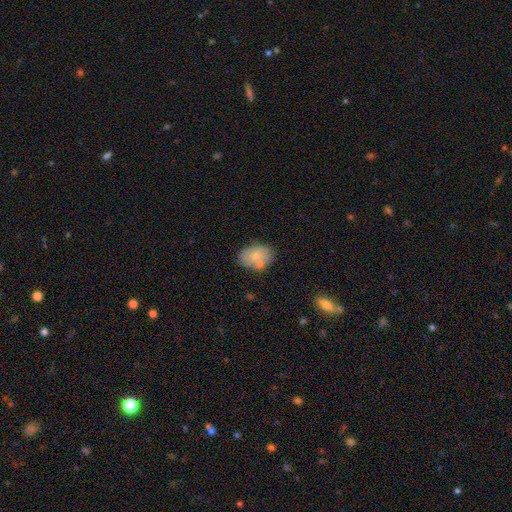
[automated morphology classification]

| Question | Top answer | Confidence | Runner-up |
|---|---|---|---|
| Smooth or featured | smooth | 68% | featured or disk (24%) |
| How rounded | in between | 72% | round (27%) |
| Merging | none | 55% | merger (22%) |